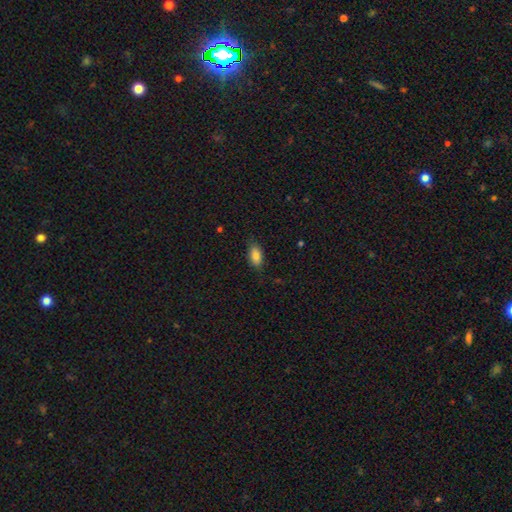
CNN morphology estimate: Smooth or featured? smooth (84%)
How rounded? in between (90%)
Merging? none (82%)